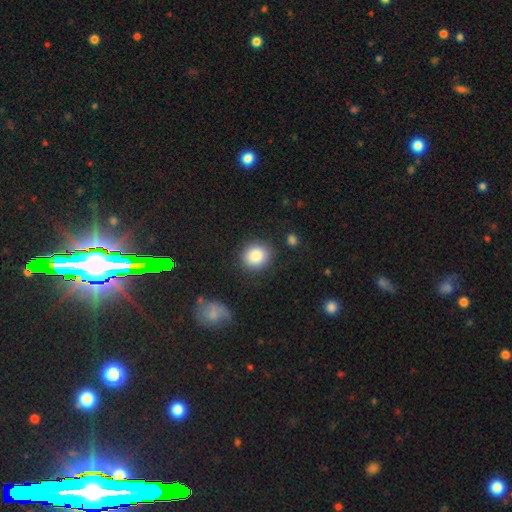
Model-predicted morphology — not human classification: Smooth or featured?
  - smooth: 86% *
  - star or artifact: 8%
  - featured or disk: 6%
How rounded?
  - round: 83% *
  - in between: 16%
  - cigar-shaped: 1%
Merging?
  - none: 86% *
  - minor disturbance: 9%
  - major disturbance: 3%
  - merger: 2%